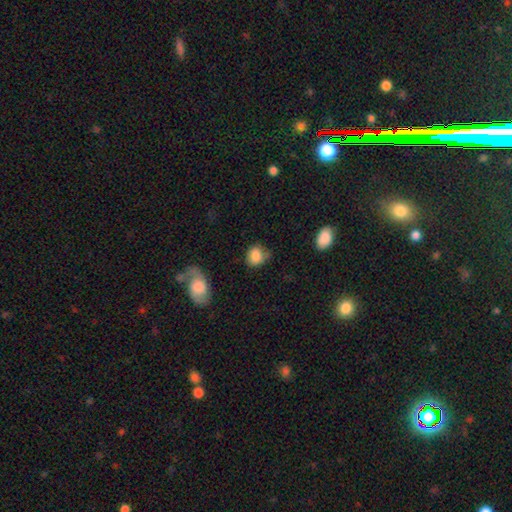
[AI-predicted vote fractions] The model was most divided on "how rounded": round: 57%, in between: 42%, cigar-shaped: 1%. More confident: smooth or featured — smooth (83%); merging — none (55%).